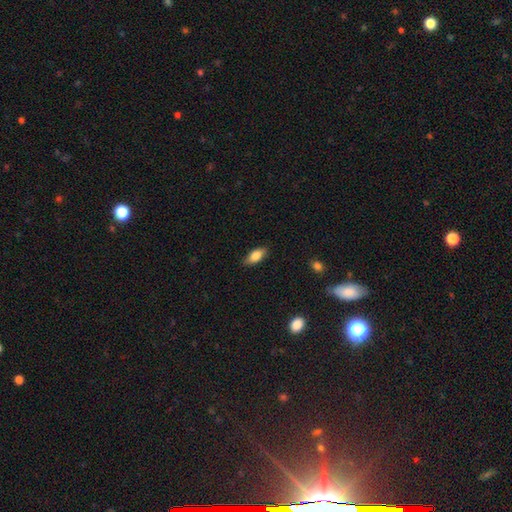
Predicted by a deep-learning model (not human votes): The model was most divided on "smooth or featured": smooth: 78%, featured or disk: 16%, star or artifact: 7%. More confident: merging — none (83%); how rounded — in between (82%).